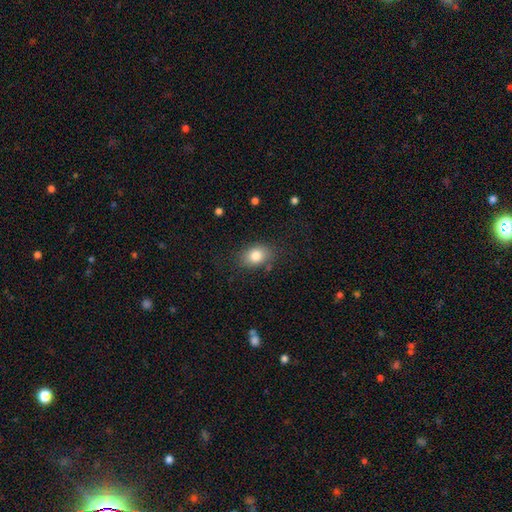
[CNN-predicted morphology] A smooth galaxy with no disk features (82%) that is in between round and cigar-shaped (72%). Merging: none (80%).